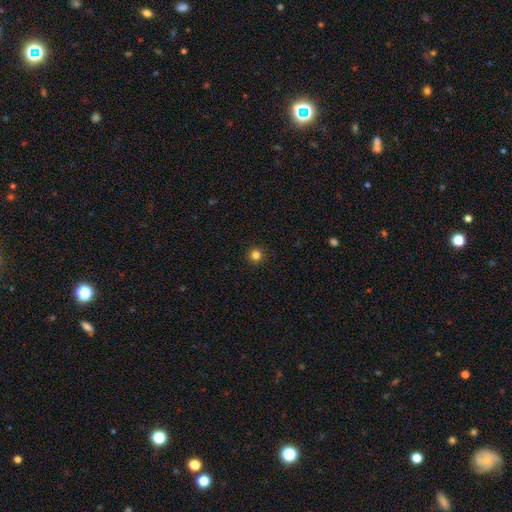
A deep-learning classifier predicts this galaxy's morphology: smooth 82%, star or artifact 14%, featured or disk 4%. Down the decision tree: how rounded — round (96%); merging — none (93%).